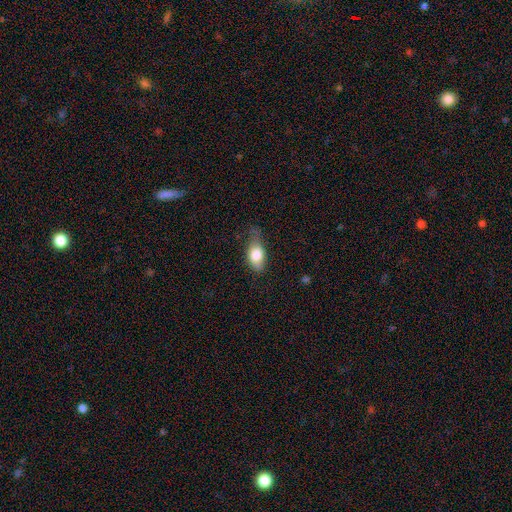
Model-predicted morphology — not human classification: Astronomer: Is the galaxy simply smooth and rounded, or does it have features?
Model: smooth — 77%.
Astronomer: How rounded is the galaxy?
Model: in between — 86%.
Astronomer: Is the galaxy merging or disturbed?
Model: minor disturbance — 41%, tied with none at 41%.